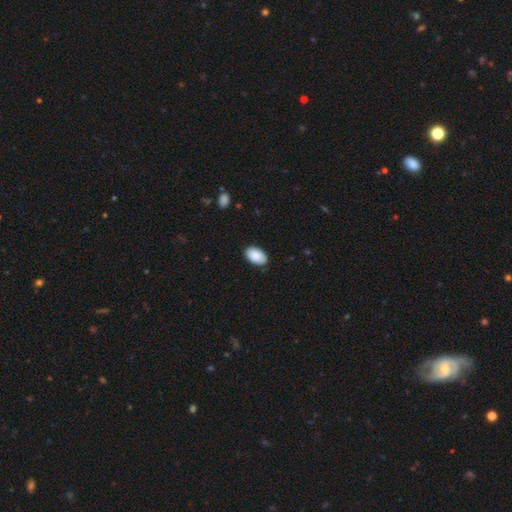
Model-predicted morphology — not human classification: type=smooth (89%); roundness=in between (93%); merging=none (85%).